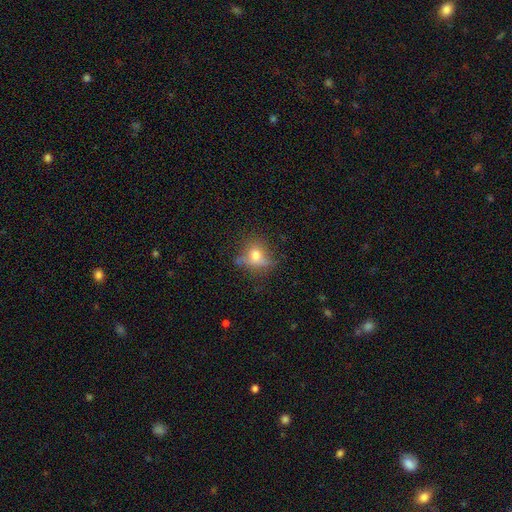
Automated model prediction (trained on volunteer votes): Overall: smooth (59%; featured or disk 25%). How rounded: round (55%; in between 41%). Merging: none (58%; minor disturbance 25%).